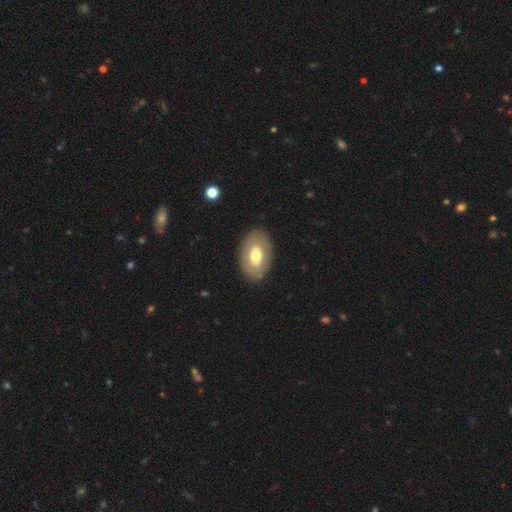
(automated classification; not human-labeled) Smooth or featured? smooth (59%)
How rounded? in between (89%)
Merging? none (84%)